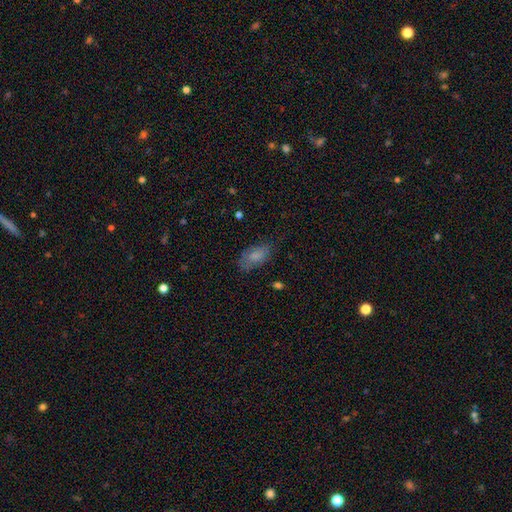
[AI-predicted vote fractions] smooth 80%, featured or disk 12%, star or artifact 8%. Down the decision tree: how rounded — in between (90%); merging — none (68%).